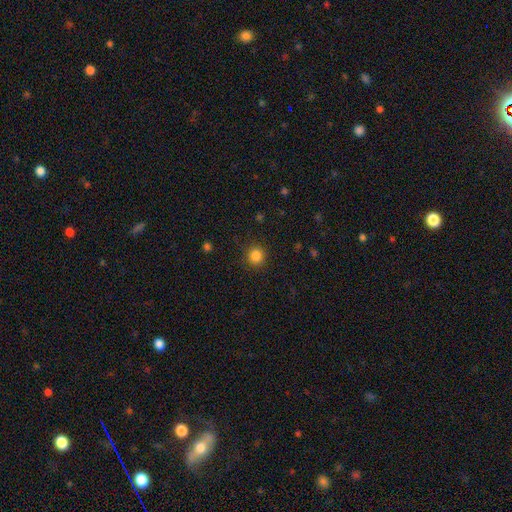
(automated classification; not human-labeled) Q: Smooth or featured?
A: smooth (85%); runner-up: star or artifact (12%)
Q: How rounded?
A: round (93%); runner-up: in between (6%)
Q: Merging?
A: none (90%); runner-up: minor disturbance (6%)